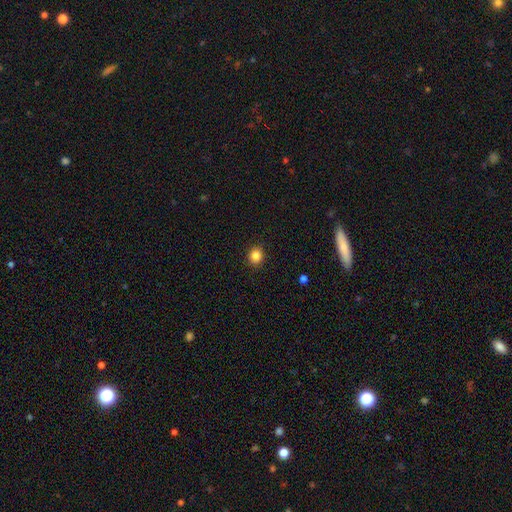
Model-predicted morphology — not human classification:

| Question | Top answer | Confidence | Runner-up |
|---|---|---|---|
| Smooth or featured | smooth | 84% | star or artifact (11%) |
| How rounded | round | 81% | in between (18%) |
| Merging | none | 92% | minor disturbance (6%) |